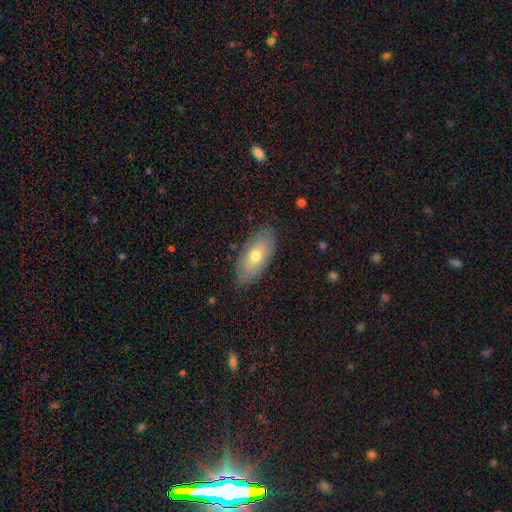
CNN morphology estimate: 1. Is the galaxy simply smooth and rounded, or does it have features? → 64% smooth, 30% featured or disk, 7% star or artifact.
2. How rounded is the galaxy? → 90% in between, 6% cigar-shaped, 3% round.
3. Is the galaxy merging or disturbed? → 84% none, 12% minor disturbance, 3% major disturbance, 1% merger.